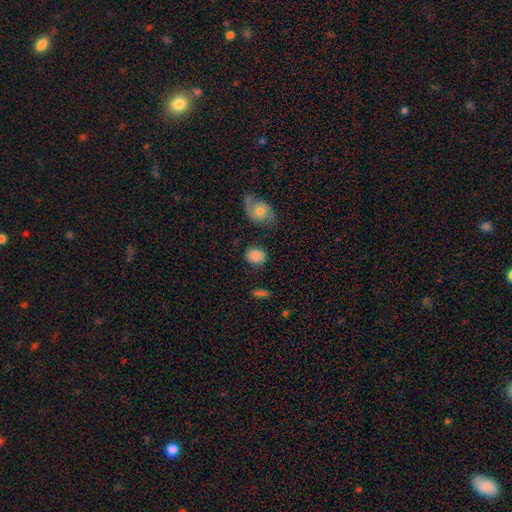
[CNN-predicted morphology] The model was most divided on "how rounded": round: 57%, in between: 42%, cigar-shaped: 1%. More confident: smooth or featured — smooth (83%); merging — none (75%).